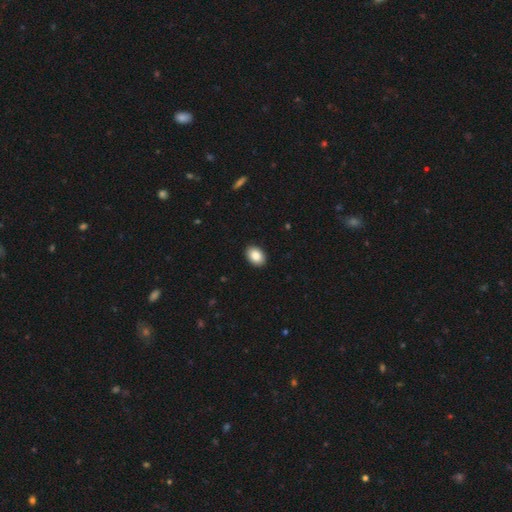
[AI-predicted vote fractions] Smooth or featured? smooth (87%)
How rounded? in between (82%)
Merging? none (91%)